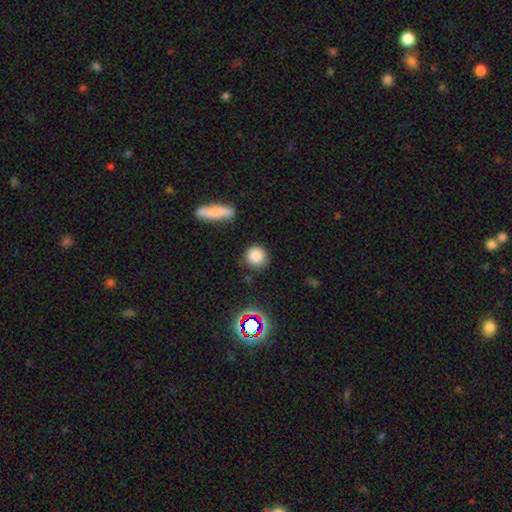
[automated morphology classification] This is clearly a smooth galaxy (83%). How rounded: clearly round (88%). Merging: clearly none (80%).